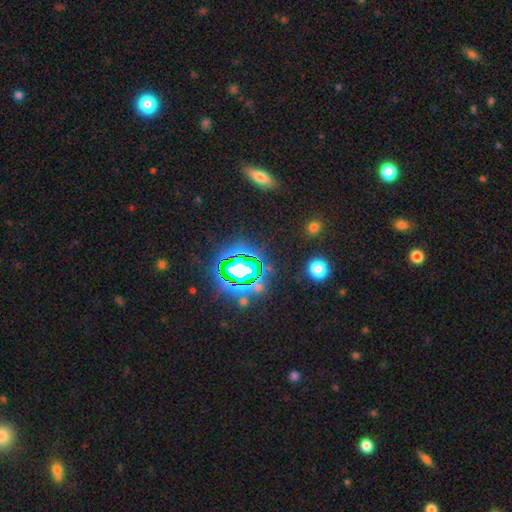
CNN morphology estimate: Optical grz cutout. It shows a star or artifact, not a galaxy (78%).